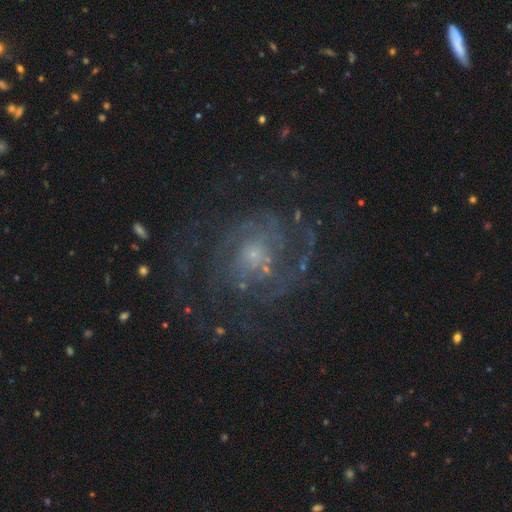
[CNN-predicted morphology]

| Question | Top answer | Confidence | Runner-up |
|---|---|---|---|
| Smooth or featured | featured or disk | 82% | star or artifact (10%) |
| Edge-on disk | no | 98% | yes (2%) |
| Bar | no | 72% | weak (23%) |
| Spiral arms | yes | 91% | no (9%) |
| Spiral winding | tight | 53% | medium (36%) |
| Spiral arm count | can't tell | 33% | 2 (26%) |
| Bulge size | small | 68% | moderate (21%) |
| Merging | none | 71% | minor disturbance (14%) |